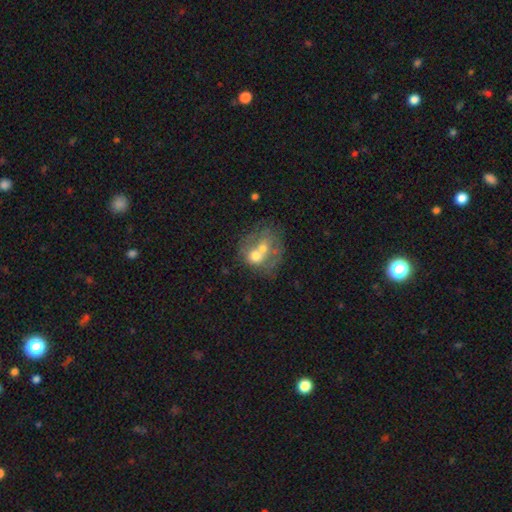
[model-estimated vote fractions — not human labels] This is possibly a smooth galaxy (49%). Merging: likely merger (64%).